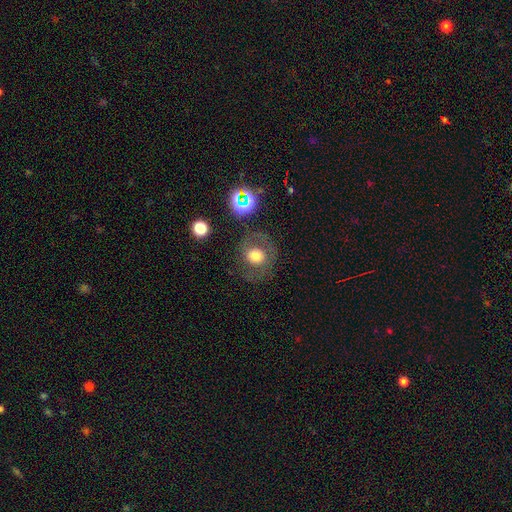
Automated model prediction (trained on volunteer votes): Morphology: type=smooth (55%); roundness=round (84%); merging=none (72%).